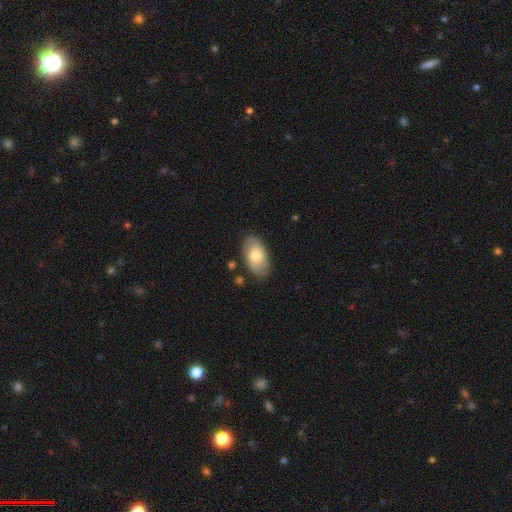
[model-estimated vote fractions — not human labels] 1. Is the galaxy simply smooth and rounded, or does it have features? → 71% smooth, 23% featured or disk, 6% star or artifact.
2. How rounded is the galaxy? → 94% in between, 5% round, 2% cigar-shaped.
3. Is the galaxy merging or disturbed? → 82% none, 13% minor disturbance, 3% major disturbance, 2% merger.